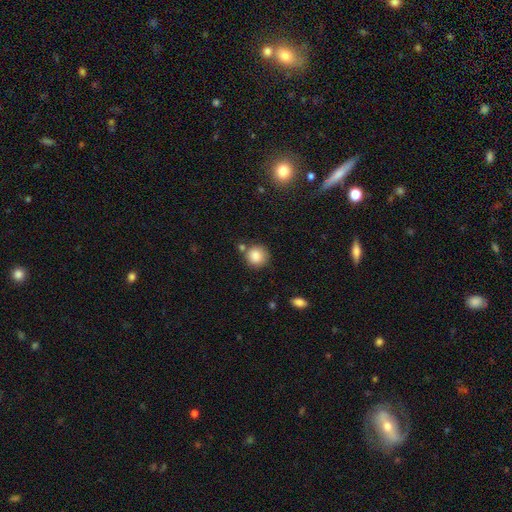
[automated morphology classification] smooth 86%, star or artifact 9%, featured or disk 5%. Down the decision tree: how rounded — round (90%); merging — none (72%).